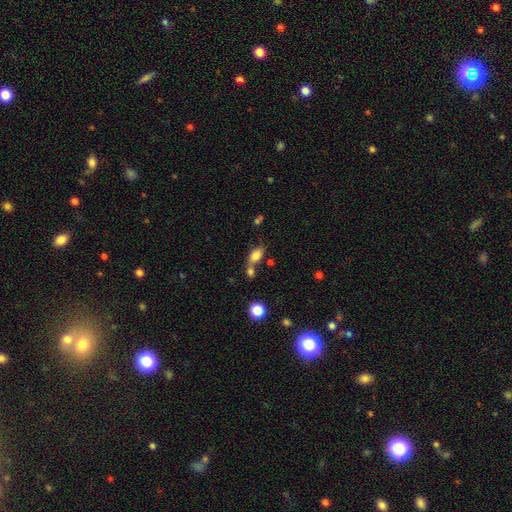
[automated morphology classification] A smooth galaxy with no disk features (80%) that is in between round and cigar-shaped (86%).

Vote fractions:
- Smooth or featured? smooth: 80% / star or artifact: 11% / featured or disk: 9%
- How rounded? in between: 86% / round: 10% / cigar-shaped: 4%
- Merging? none: 44% / merger: 37% / minor disturbance: 13% / major disturbance: 6%